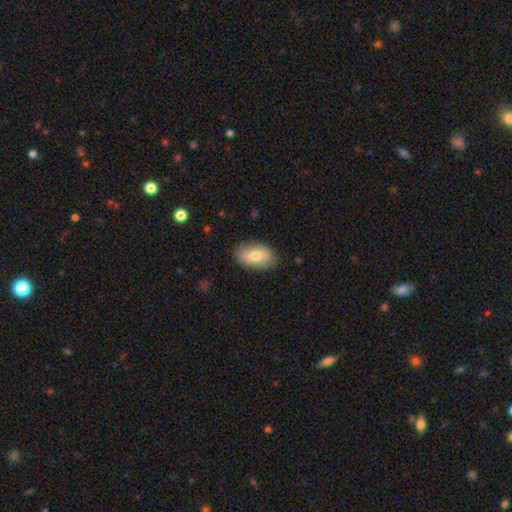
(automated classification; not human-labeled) smooth 68%, featured or disk 26%, star or artifact 6%. Down the decision tree: how rounded — in between (92%); merging — none (84%).